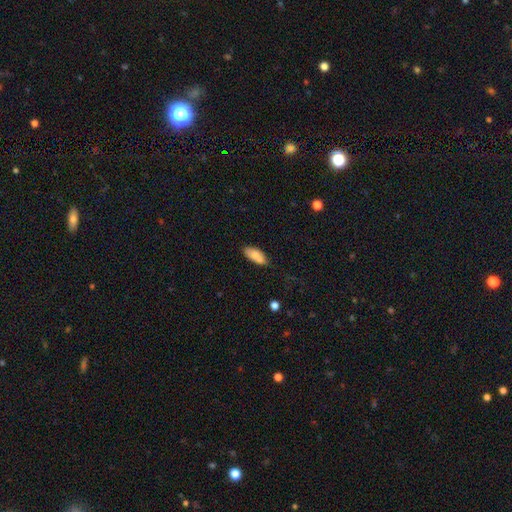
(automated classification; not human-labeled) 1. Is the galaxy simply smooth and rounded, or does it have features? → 78% smooth, 15% featured or disk, 7% star or artifact.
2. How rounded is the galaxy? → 87% in between, 11% cigar-shaped, 2% round.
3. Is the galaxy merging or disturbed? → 68% none, 21% minor disturbance, 7% merger, 4% major disturbance.